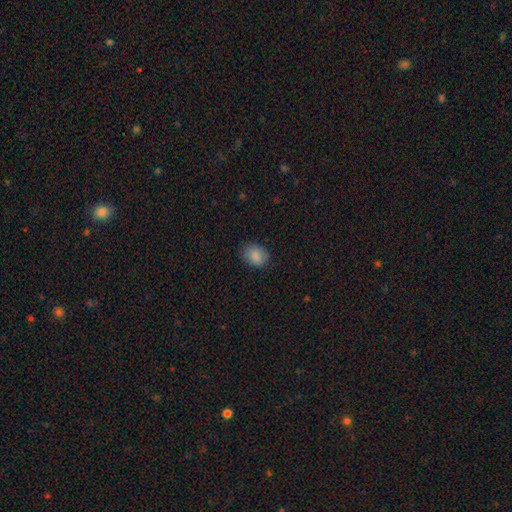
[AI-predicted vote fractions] smooth_or_featured: smooth (p=0.87) [alt: star or artifact p=0.08]
how_rounded: in between (p=0.58) [alt: round p=0.41]
merging: none (p=0.82) [alt: minor disturbance p=0.14]